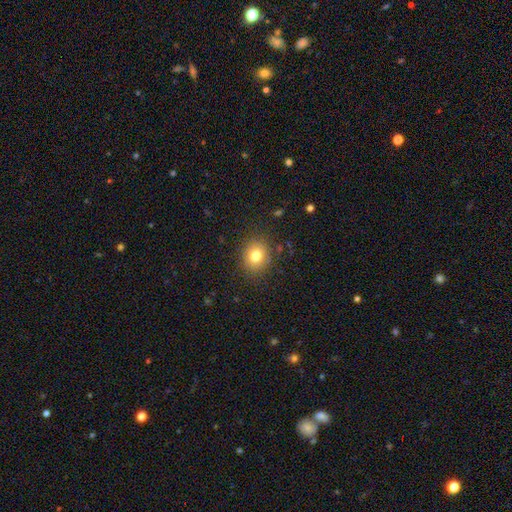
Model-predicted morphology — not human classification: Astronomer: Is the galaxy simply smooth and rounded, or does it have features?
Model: smooth — 79%.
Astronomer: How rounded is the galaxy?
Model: round — 64%.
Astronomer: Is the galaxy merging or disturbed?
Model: none — 86%.